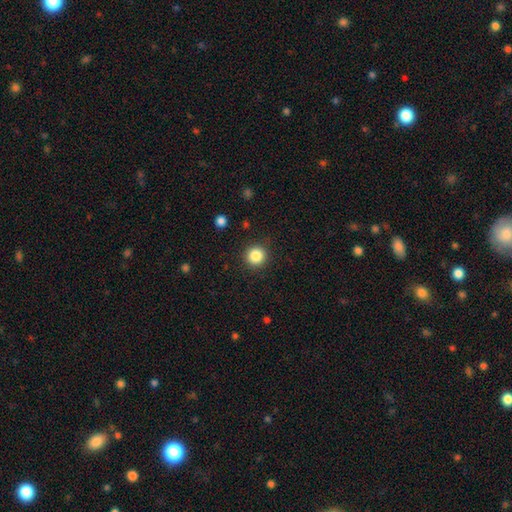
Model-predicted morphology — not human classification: Smooth or featured? Predicted: smooth (p=0.85). How rounded? Predicted: round (p=0.94). Merging? Predicted: none (p=0.91).